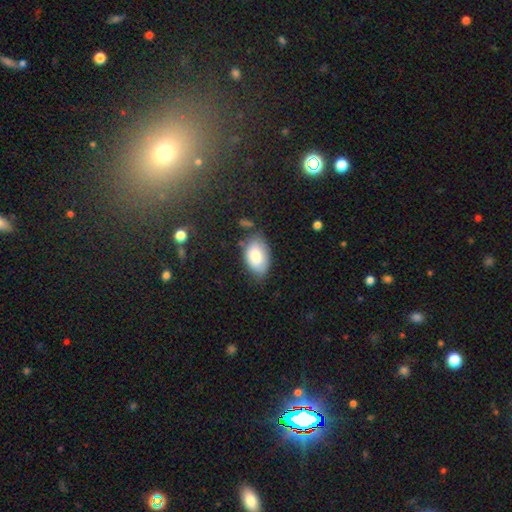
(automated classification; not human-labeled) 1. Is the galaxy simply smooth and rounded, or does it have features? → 79% smooth, 14% featured or disk, 7% star or artifact.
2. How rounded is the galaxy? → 91% in between, 7% round, 1% cigar-shaped.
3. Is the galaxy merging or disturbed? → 67% none, 25% minor disturbance, 5% major disturbance, 3% merger.